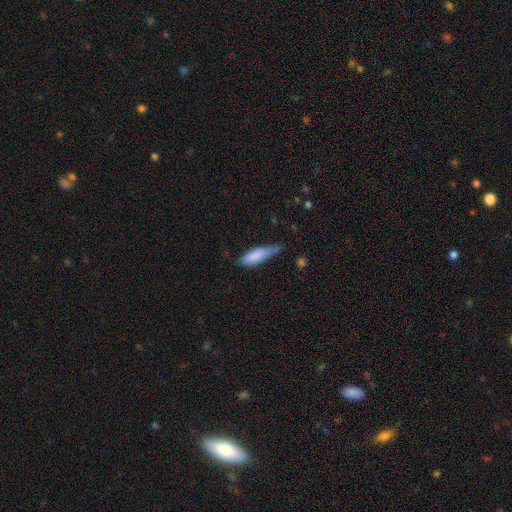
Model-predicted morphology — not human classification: type=smooth (83%); roundness=cigar-shaped (51%); merging=none (45%).